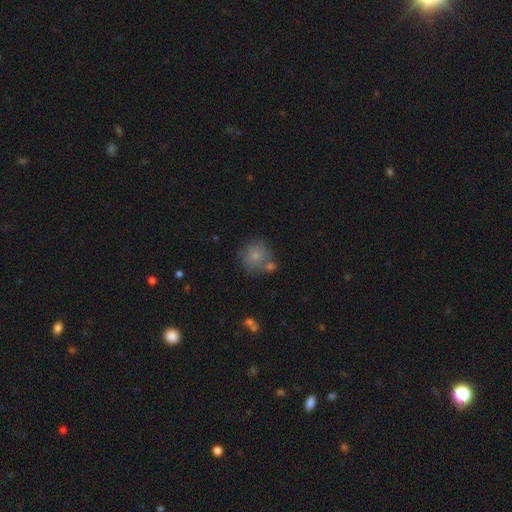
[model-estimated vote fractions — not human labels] This is likely a smooth galaxy (75%). How rounded: clearly round (88%). Merging: possibly none (52%).